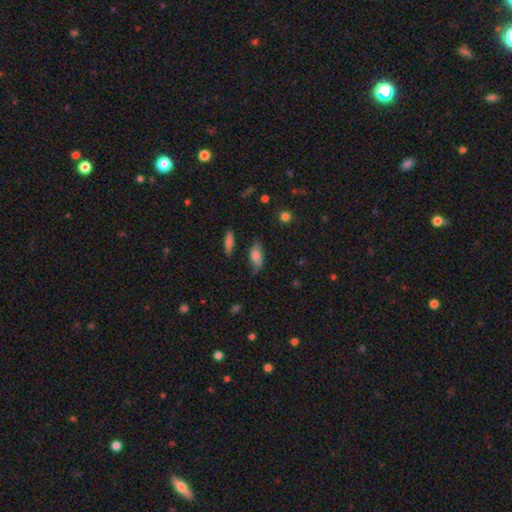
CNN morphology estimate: A smooth galaxy with no disk features (70%) that is in between round and cigar-shaped (83%).

Vote fractions:
- Smooth or featured? smooth: 70% / featured or disk: 22% / star or artifact: 8%
- How rounded? in between: 83% / cigar-shaped: 13% / round: 4%
- Merging? none: 58% / minor disturbance: 30% / major disturbance: 9% / merger: 3%